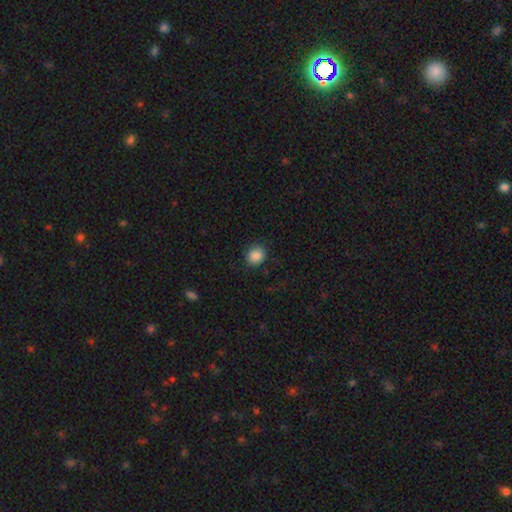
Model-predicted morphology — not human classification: smooth_or_featured: smooth (p=0.87) [alt: star or artifact p=0.09]
how_rounded: round (p=0.79) [alt: in between p=0.20]
merging: none (p=0.85) [alt: minor disturbance p=0.11]